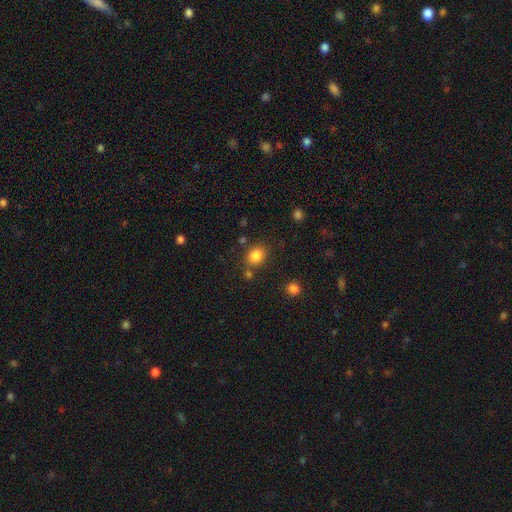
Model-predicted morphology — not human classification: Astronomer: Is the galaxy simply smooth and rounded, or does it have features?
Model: smooth — 84%.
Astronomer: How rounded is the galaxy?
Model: round — 53% (runner-up: in between, 46%).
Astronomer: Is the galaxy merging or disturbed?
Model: none — 74%.